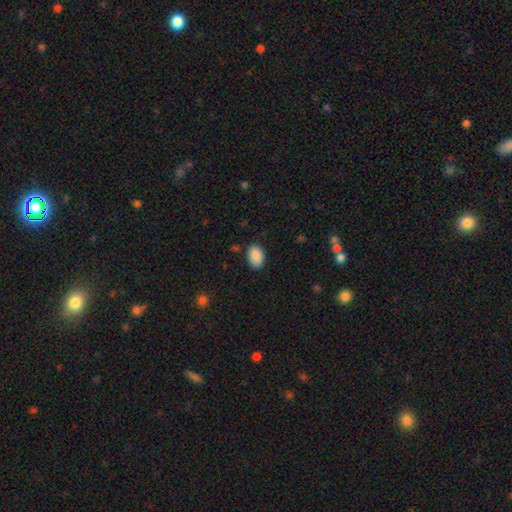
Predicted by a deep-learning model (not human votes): Overall: smooth (89%). How rounded: in between (88%). Merging: none (84%).